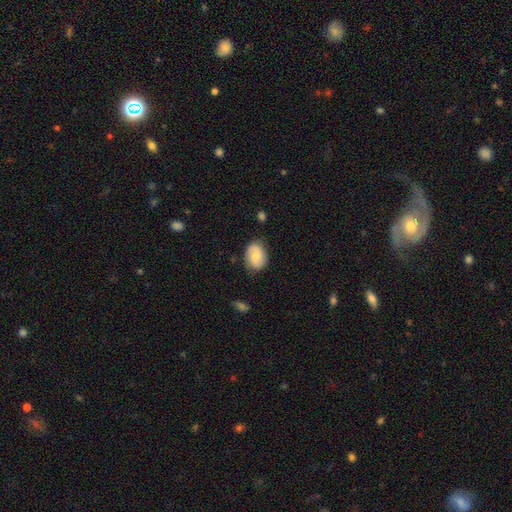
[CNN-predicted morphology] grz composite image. It shows a smooth galaxy with no disk features (65%) that is in between round and cigar-shaped (65%). Merging: none (73%).